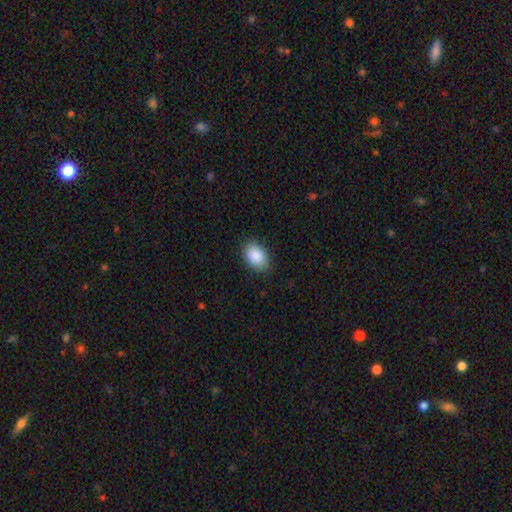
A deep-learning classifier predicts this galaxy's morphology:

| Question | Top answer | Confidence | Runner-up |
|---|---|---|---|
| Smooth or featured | smooth | 90% | star or artifact (7%) |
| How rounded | in between | 89% | round (10%) |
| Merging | none | 85% | minor disturbance (11%) |